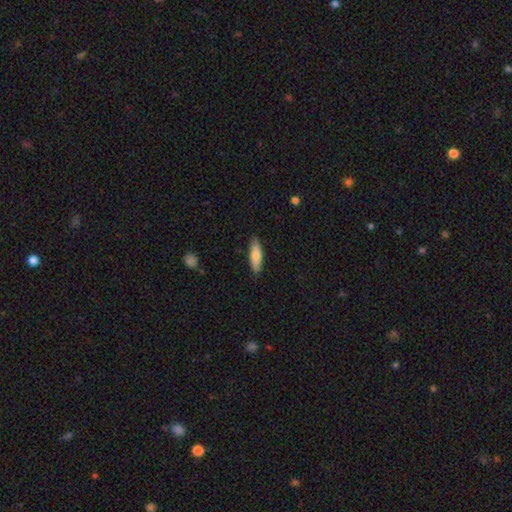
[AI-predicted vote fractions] This appears to be a smooth galaxy with no disk features (73%) that is cigar-shaped (60%). Merging: none (87%).